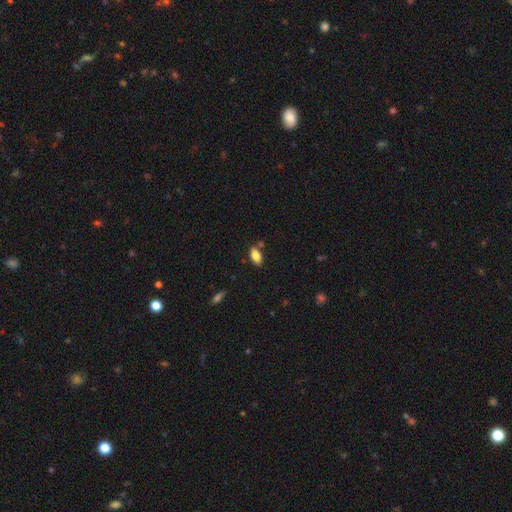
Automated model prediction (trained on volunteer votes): Smooth or featured: smooth — 81% (featured or disk — 11%)
How rounded: in between — 89% (cigar-shaped — 8%)
Merging: none — 77% (minor disturbance — 13%)